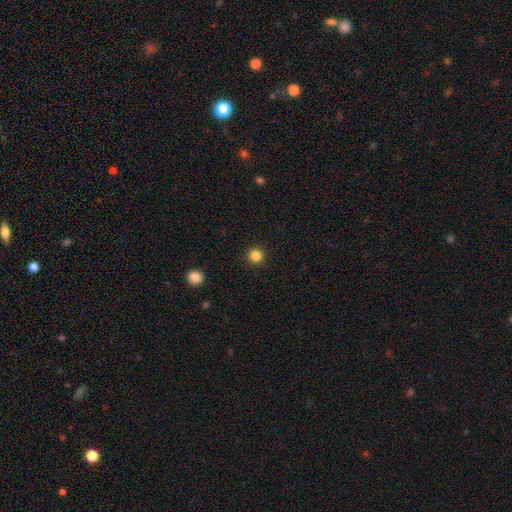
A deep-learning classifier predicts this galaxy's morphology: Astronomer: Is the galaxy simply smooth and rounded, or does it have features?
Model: smooth — 84%.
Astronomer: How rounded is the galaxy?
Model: round — 96%.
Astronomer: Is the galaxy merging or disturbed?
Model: none — 93%.